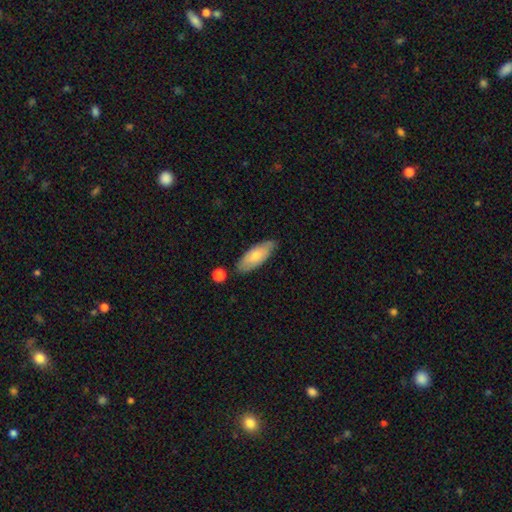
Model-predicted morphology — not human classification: A smooth galaxy with no disk features (70%) that is in between round and cigar-shaped (77%). Merging: none (76%).